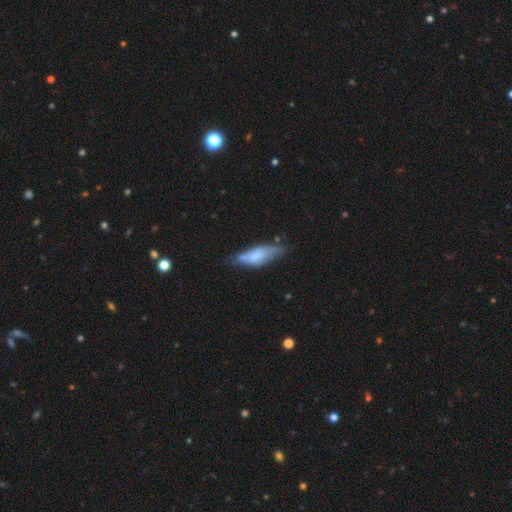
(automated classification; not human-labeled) A smooth galaxy with no disk features (59%) that is in between round and cigar-shaped (56%).

Vote fractions:
- Smooth or featured? smooth: 59% / featured or disk: 33% / star or artifact: 7%
- How rounded? in between: 56% / cigar-shaped: 42% / round: 2%
- Merging? none: 46% / minor disturbance: 33% / major disturbance: 13% / merger: 8%